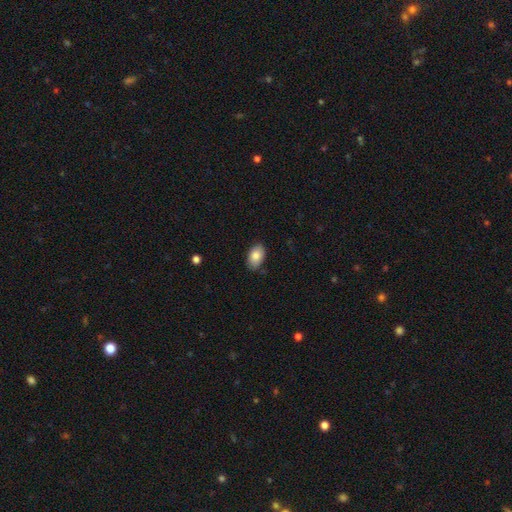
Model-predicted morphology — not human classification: A smooth galaxy with no disk features (85%) that is in between round and cigar-shaped (92%). Merging: none (84%).